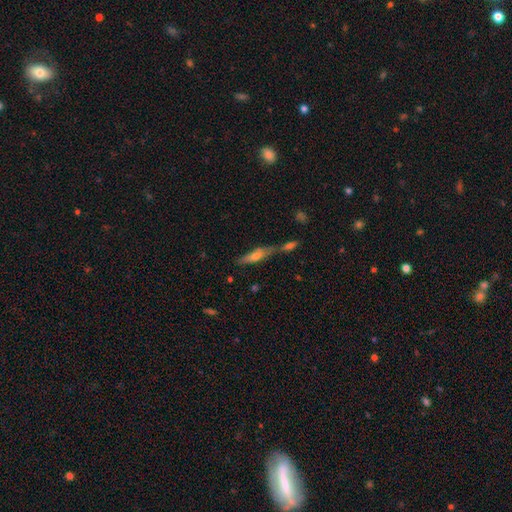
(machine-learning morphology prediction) Smooth or featured? featured or disk (53%)
Edge-on disk? yes (84%)
Merging? none (48%)